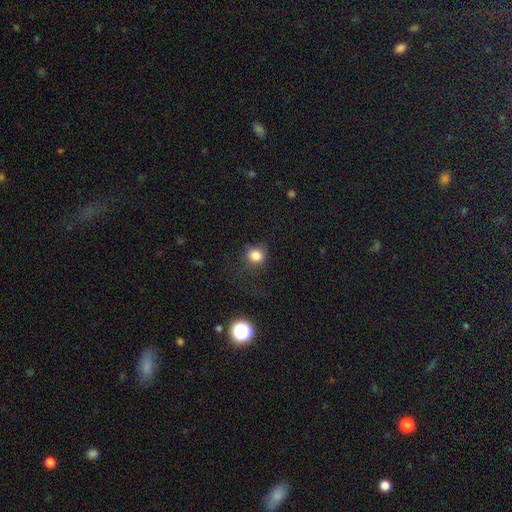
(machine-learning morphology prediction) The model was most divided on "merging": none: 72%, minor disturbance: 18%, major disturbance: 9%, merger: 2%. More confident: smooth or featured — smooth (82%); how rounded — round (79%).